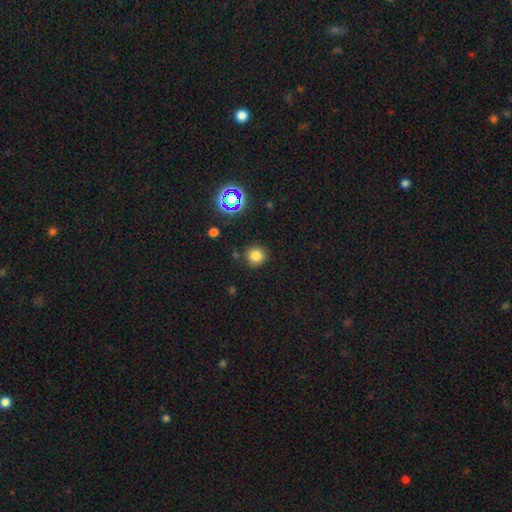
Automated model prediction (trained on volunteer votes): The model was most divided on "smooth or featured": smooth: 77%, star or artifact: 17%, featured or disk: 6%. More confident: how rounded — round (93%); merging — none (86%).